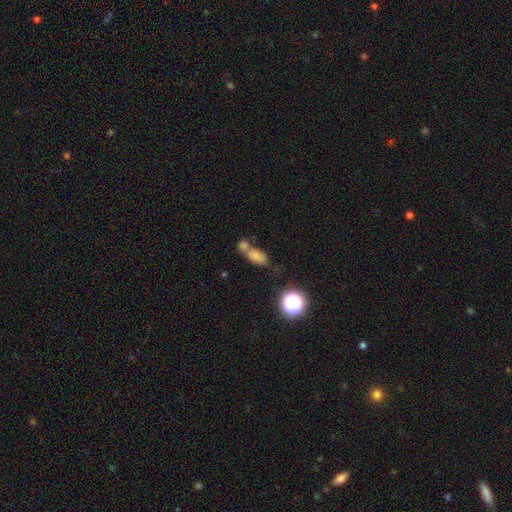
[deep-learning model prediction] A smooth galaxy with no disk features (76%) that is in between round and cigar-shaped (84%). Merging: merger (50%).